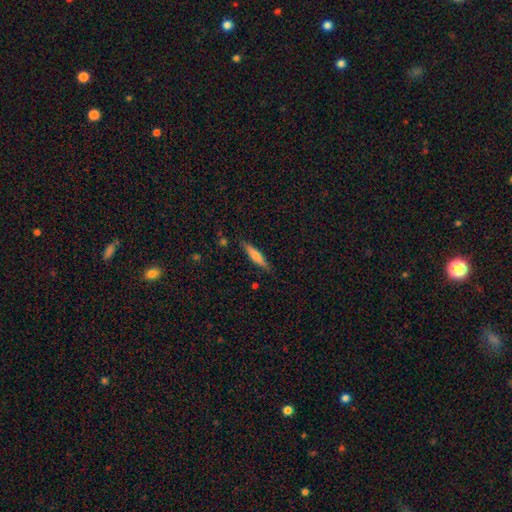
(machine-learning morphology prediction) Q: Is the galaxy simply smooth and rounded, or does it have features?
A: smooth — 55%.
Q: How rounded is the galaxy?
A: cigar-shaped — 85%.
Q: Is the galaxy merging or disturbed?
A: none — 85%.